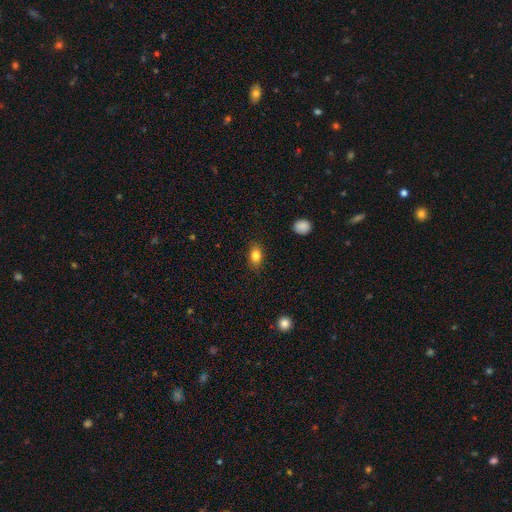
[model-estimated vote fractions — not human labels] Smooth or featured? Predicted: smooth (p=0.83). How rounded? Predicted: in between (p=0.80). Merging? Predicted: none (p=0.84).